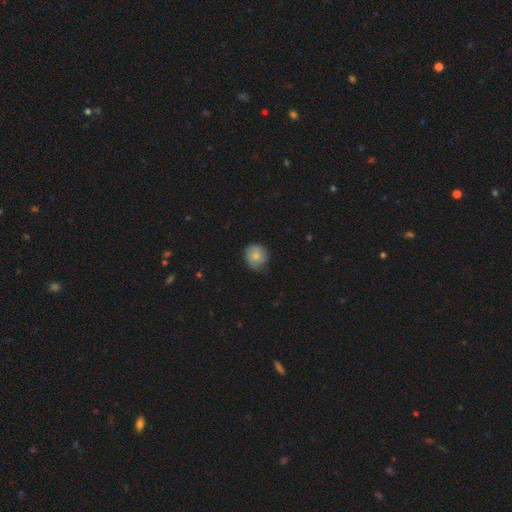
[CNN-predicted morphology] Overall: smooth (72%). How rounded: round (82%). Merging: none (64%; minor disturbance 29%).